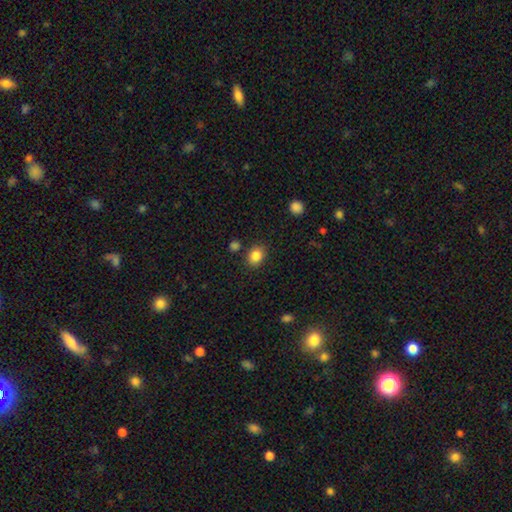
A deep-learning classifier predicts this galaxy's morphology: The model was most divided on "how rounded": round: 51%, in between: 48%, cigar-shaped: 1%. More confident: smooth or featured — smooth (85%); merging — none (83%).